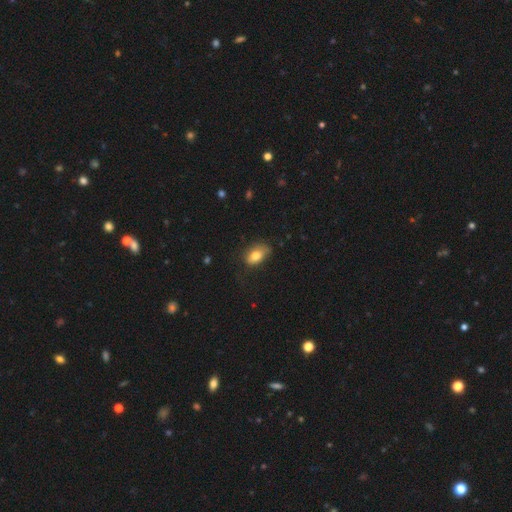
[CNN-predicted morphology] A smooth galaxy with no disk features (78%) that is in between round and cigar-shaped (86%). Merging: none (60%).